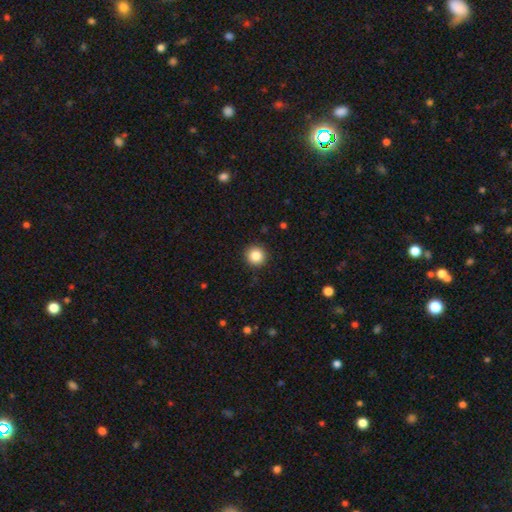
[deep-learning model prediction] smooth-or-featured: smooth: 85% | star or artifact: 10% | featured or disk: 5%
  how-rounded: round: 95% | in between: 4% | cigar-shaped: 1%
  merging: none: 92% | minor disturbance: 5% | major disturbance: 2% | merger: 1%